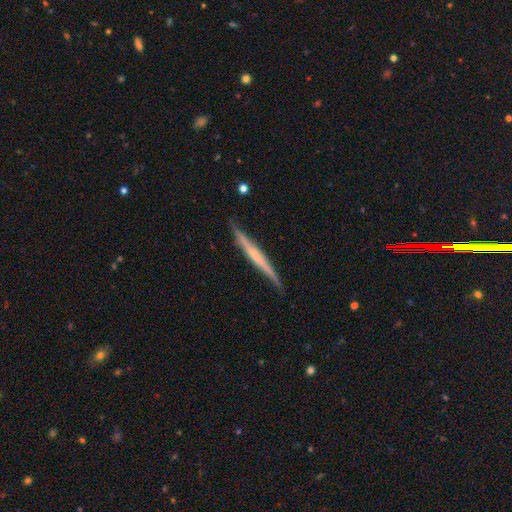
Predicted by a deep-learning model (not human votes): Smooth or featured? Predicted: featured or disk (p=0.59). Edge-on disk? Predicted: yes (p=0.96). Edge-on bulge? Predicted: none (p=0.64). Merging? Predicted: none (p=0.82).